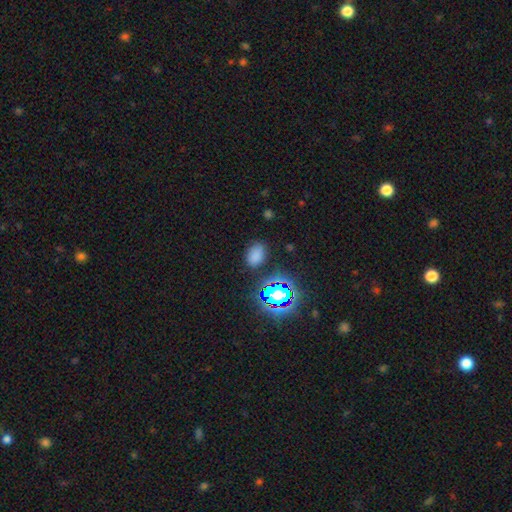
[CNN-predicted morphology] Smooth or featured? smooth (70%)
How rounded? in between (82%)
Merging? none (80%)